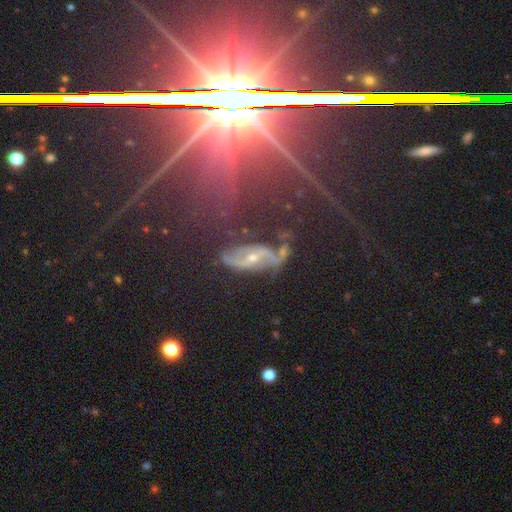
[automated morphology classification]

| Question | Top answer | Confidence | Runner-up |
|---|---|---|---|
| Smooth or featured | featured or disk | 53% | star or artifact (33%) |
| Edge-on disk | no | 67% | yes (33%) |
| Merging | none | 67% | minor disturbance (18%) |